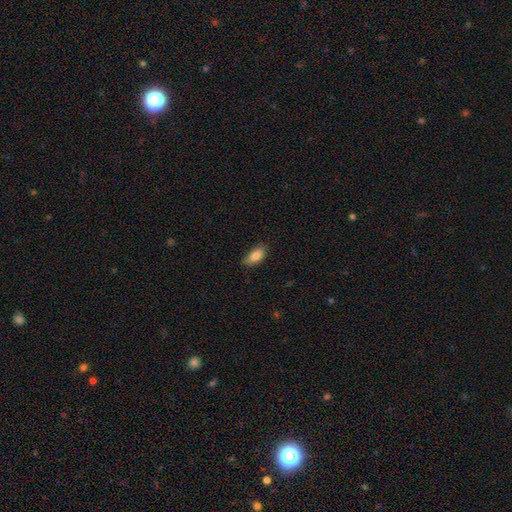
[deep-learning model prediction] Morphology: type=smooth (86%); roundness=in between (88%); merging=none (74%).